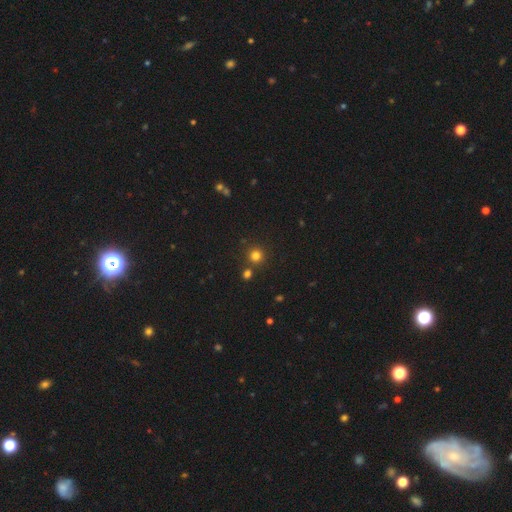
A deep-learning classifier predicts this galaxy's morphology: Overall: smooth (78%). How rounded: round (93%). Merging: none (80%).